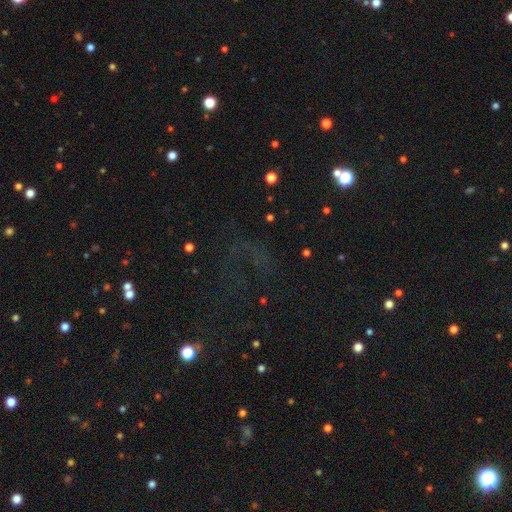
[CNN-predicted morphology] The model was most divided on "smooth or featured": star or artifact: 59%, smooth: 26%, featured or disk: 15%.